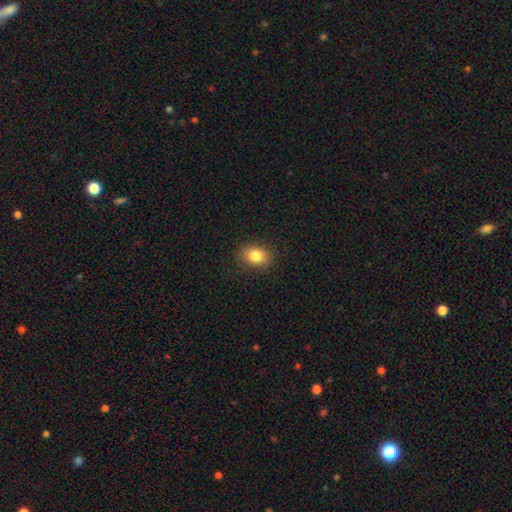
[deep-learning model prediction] Q: Smooth or featured?
A: smooth (83%); runner-up: star or artifact (10%)
Q: How rounded?
A: in between (60%); runner-up: round (39%)
Q: Merging?
A: none (86%); runner-up: minor disturbance (10%)